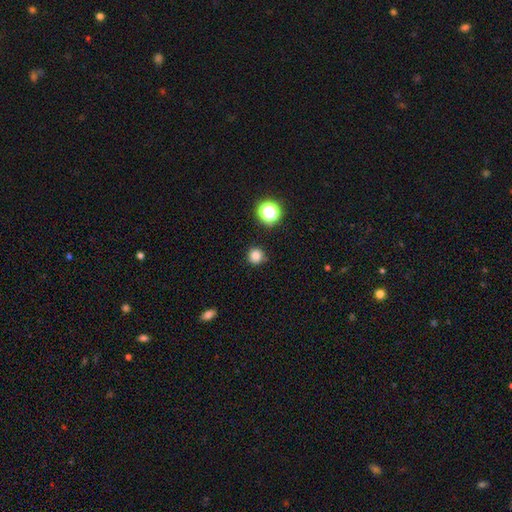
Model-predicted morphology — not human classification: type=smooth (81%); roundness=round (95%); merging=none (86%).